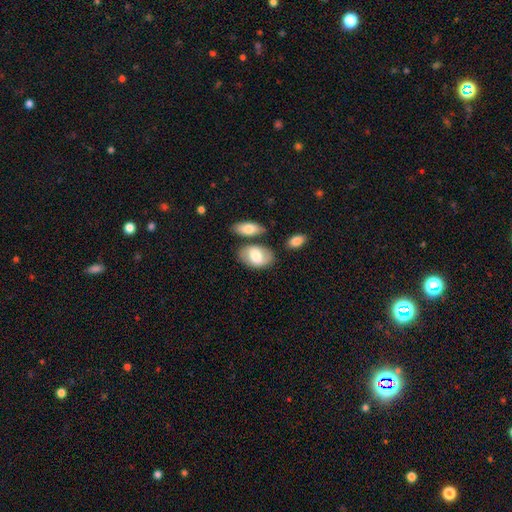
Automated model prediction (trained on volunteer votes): Smooth or featured? Predicted: smooth (p=0.68). How rounded? Predicted: in between (p=0.90). Merging? Predicted: none (p=0.64).